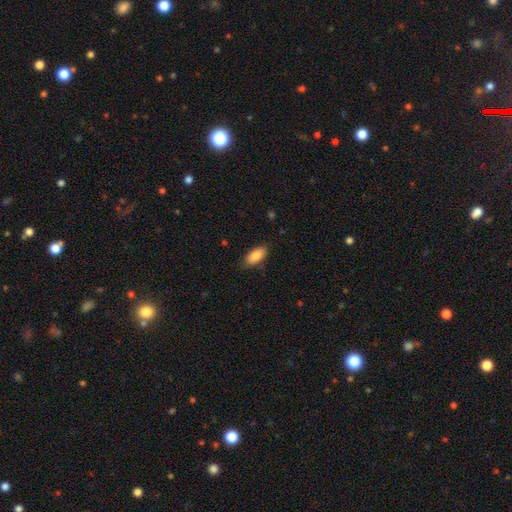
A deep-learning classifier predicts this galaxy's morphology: smooth-or-featured: smooth: 86% | featured or disk: 8% | star or artifact: 6%
  how-rounded: in between: 88% | cigar-shaped: 9% | round: 2%
  merging: none: 81% | minor disturbance: 15% | major disturbance: 3% | merger: 1%